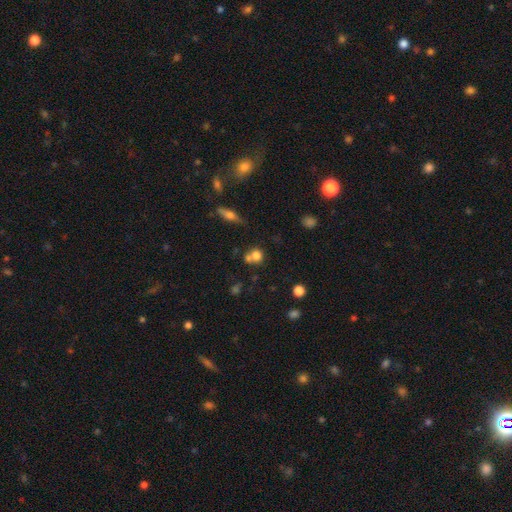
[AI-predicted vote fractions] This is likely a smooth galaxy (74%). How rounded: likely round (79%). Merging: marginally merger (45%).